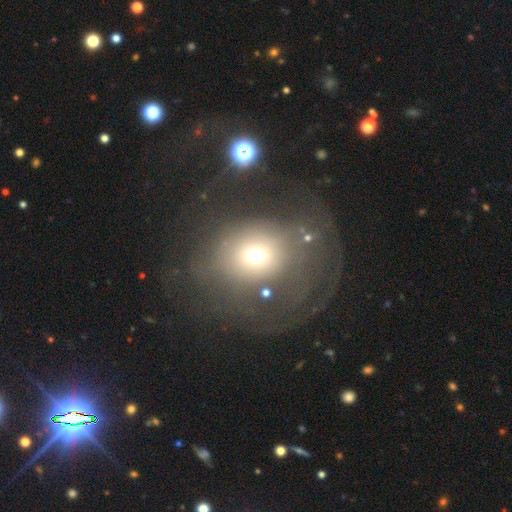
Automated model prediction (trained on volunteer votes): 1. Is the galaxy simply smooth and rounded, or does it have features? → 54% smooth, 31% featured or disk, 16% star or artifact.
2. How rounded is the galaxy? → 72% round, 27% in between, 1% cigar-shaped.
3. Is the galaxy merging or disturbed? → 40% none, 39% major disturbance, 17% minor disturbance, 4% merger.